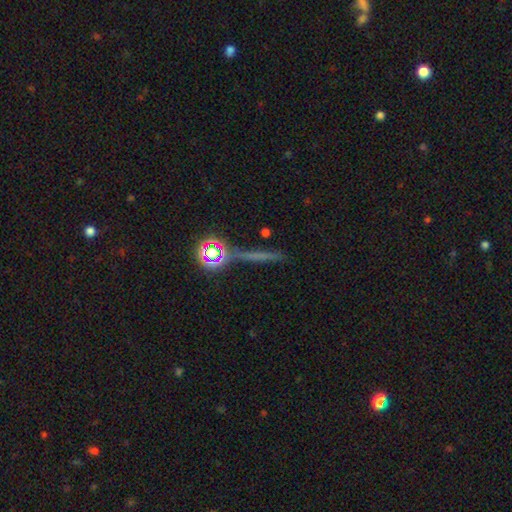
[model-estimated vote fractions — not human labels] Smooth or featured: star or artifact — 48% (smooth — 28%)